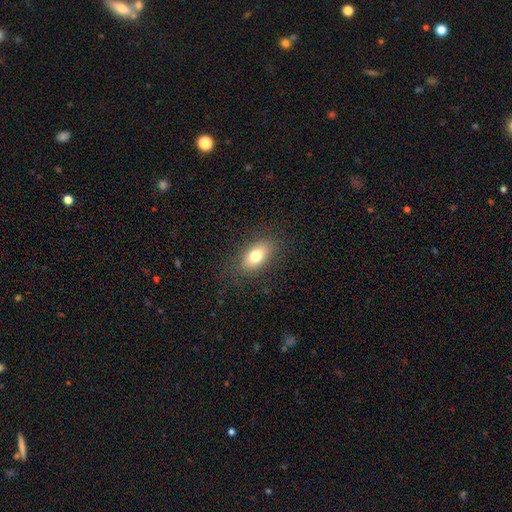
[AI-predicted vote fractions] Smooth or featured? Predicted: smooth (p=0.77). How rounded? Predicted: in between (p=0.88). Merging? Predicted: none (p=0.85).